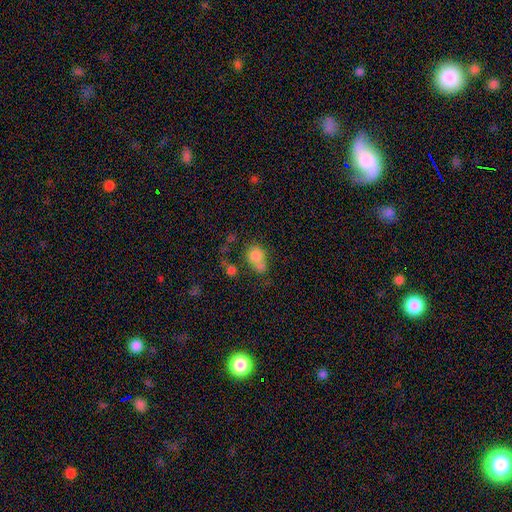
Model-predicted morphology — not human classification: Smooth or featured? smooth (77%)
How rounded? round (65%)
Merging? merger (43%)